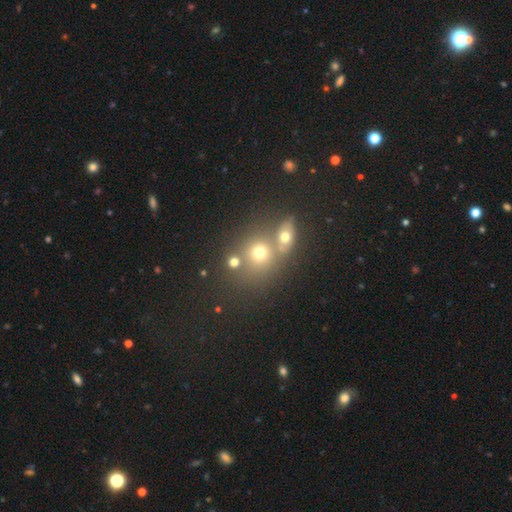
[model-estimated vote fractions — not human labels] smooth 47%, star or artifact 34%, featured or disk 19%. Down the decision tree: merging — merger (51%).